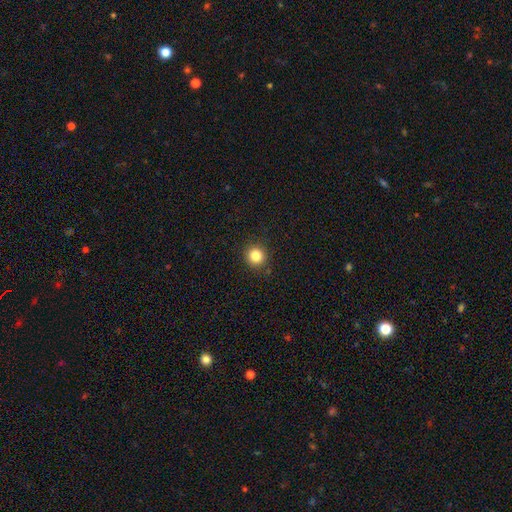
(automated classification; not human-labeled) smooth-or-featured: smooth: 83% | star or artifact: 12% | featured or disk: 5%
  how-rounded: round: 91% | in between: 8% | cigar-shaped: 1%
  merging: none: 90% | minor disturbance: 6% | major disturbance: 2% | merger: 1%